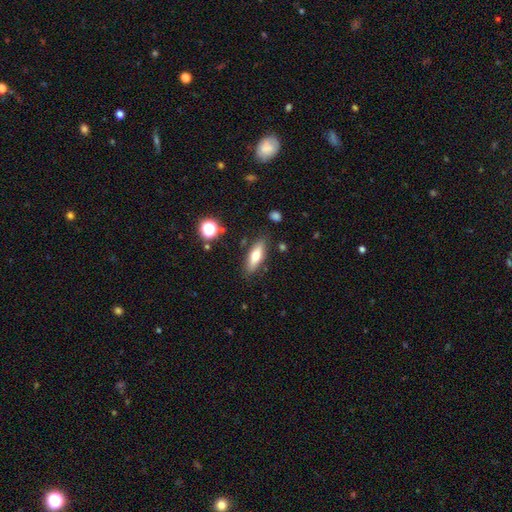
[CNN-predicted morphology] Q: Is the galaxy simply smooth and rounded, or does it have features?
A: smooth — 65%.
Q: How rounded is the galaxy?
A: in between — 54%.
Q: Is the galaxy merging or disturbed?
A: none — 84%.